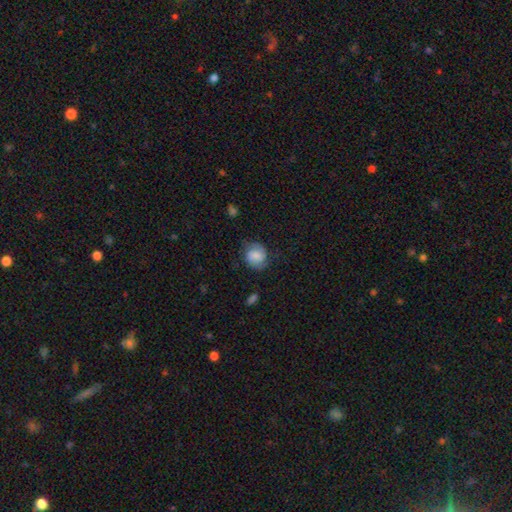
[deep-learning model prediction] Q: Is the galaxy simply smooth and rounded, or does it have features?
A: smooth — 59%.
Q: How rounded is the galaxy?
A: round — 73%.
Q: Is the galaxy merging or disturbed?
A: none — 65%.